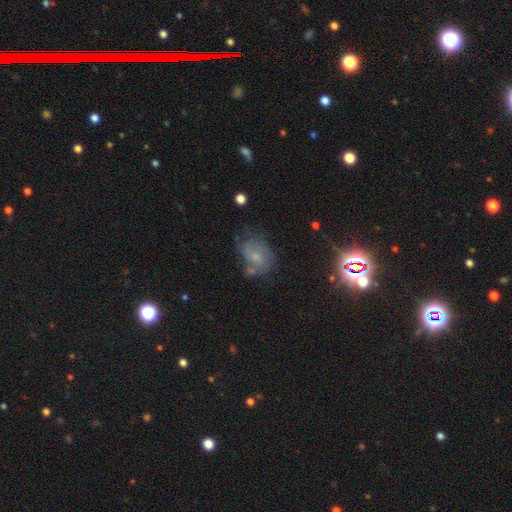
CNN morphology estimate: Overall: featured or disk (43%; smooth 38%). Merging: none (46%; minor disturbance 25%).